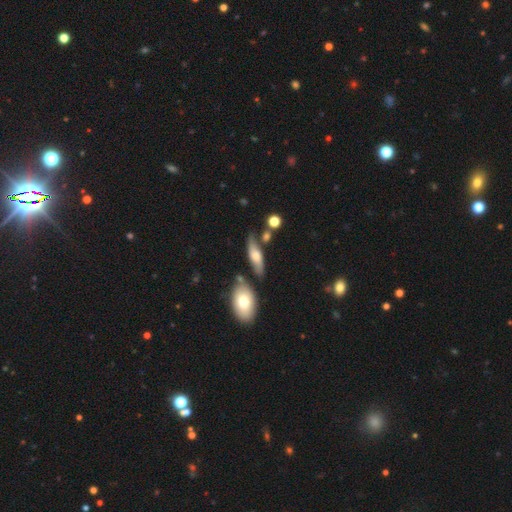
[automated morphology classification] Q: Smooth or featured?
A: smooth (51%); runner-up: featured or disk (42%)
Q: How rounded?
A: in between (55%); runner-up: cigar-shaped (41%)
Q: Merging?
A: none (65%); runner-up: minor disturbance (19%)